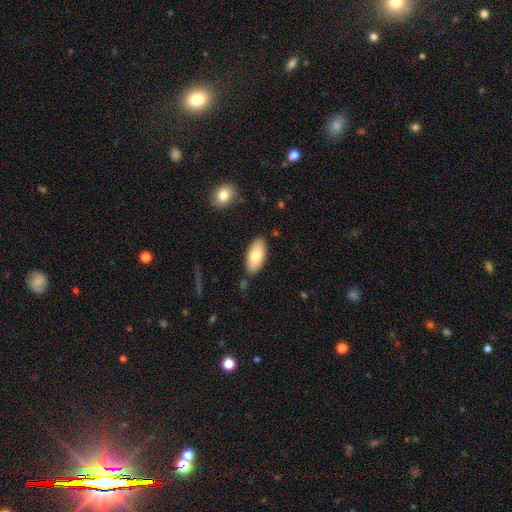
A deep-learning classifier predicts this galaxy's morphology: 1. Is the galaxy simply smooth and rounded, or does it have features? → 75% smooth, 19% featured or disk, 6% star or artifact.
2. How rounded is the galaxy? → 92% in between, 5% cigar-shaped, 2% round.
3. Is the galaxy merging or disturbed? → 85% none, 10% minor disturbance, 3% merger, 2% major disturbance.